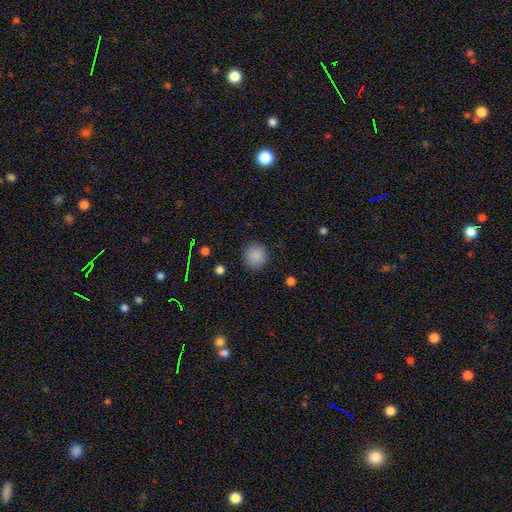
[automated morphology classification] Overall: smooth (88%). How rounded: round (93%). Merging: none (90%).